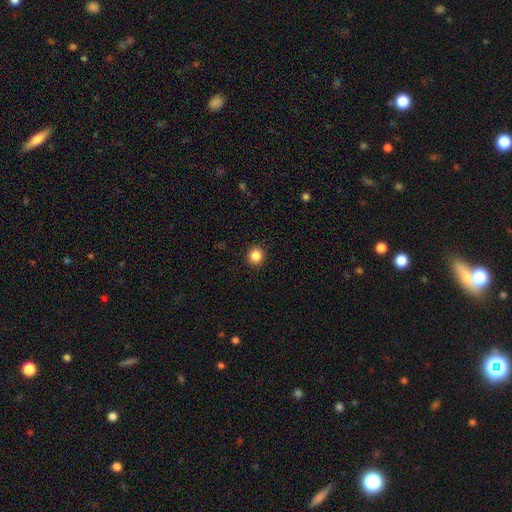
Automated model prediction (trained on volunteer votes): This is clearly a smooth galaxy (86%). How rounded: clearly round (92%). Merging: clearly none (93%).